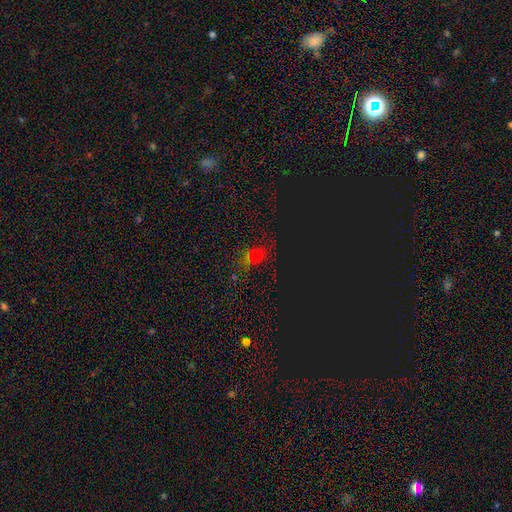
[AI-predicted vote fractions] A star or artifact, not a galaxy (47%).